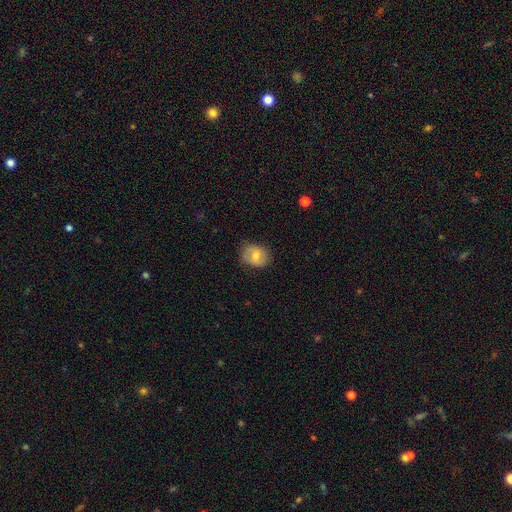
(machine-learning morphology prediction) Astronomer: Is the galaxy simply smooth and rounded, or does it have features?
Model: smooth — 64%.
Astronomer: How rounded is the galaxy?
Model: round — 56% (runner-up: in between, 43%).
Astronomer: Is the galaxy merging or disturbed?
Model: none — 75%.